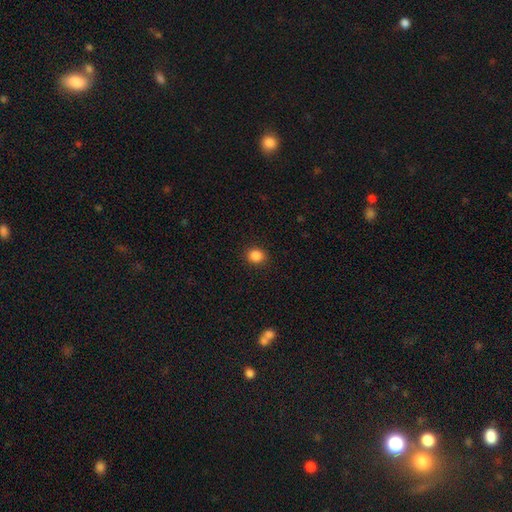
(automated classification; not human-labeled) This appears to be a smooth galaxy with no disk features (86%) that is round (78%). Merging: none (91%).